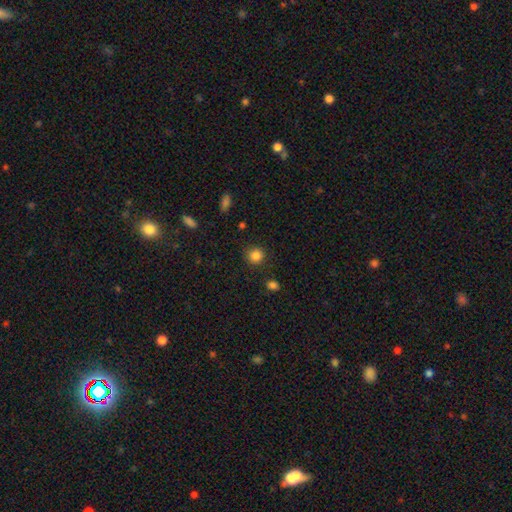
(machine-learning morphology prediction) smooth 85%, star or artifact 11%, featured or disk 4%. Down the decision tree: how rounded — round (91%); merging — none (88%).